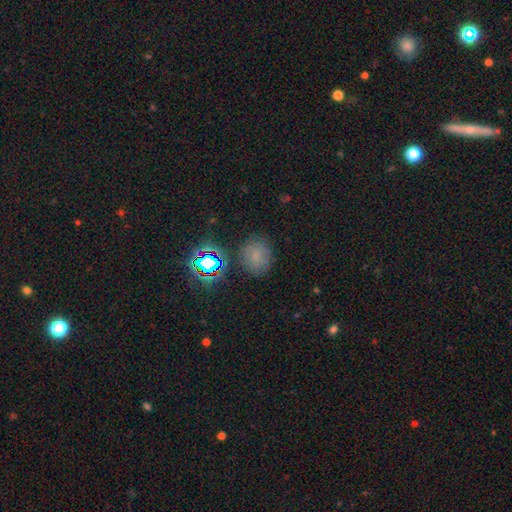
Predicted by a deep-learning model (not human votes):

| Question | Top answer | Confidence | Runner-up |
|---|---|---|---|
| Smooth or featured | smooth | 60% | star or artifact (28%) |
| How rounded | round | 74% | in between (25%) |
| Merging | none | 79% | minor disturbance (13%) |